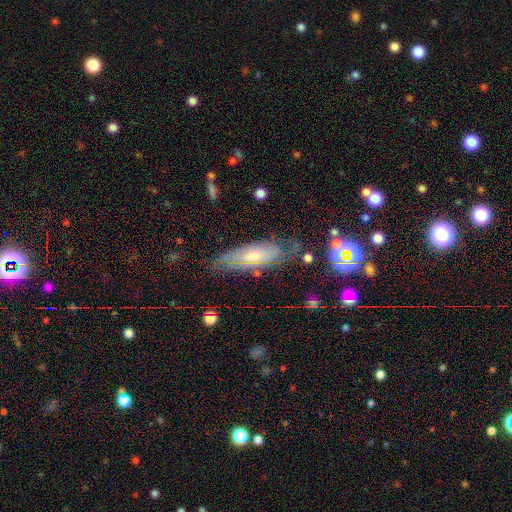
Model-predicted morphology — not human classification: Q: Smooth or featured?
A: featured or disk (51%); runner-up: smooth (39%)
Q: Edge-on disk?
A: no (72%); runner-up: yes (28%)
Q: Merging?
A: none (68%); runner-up: minor disturbance (22%)